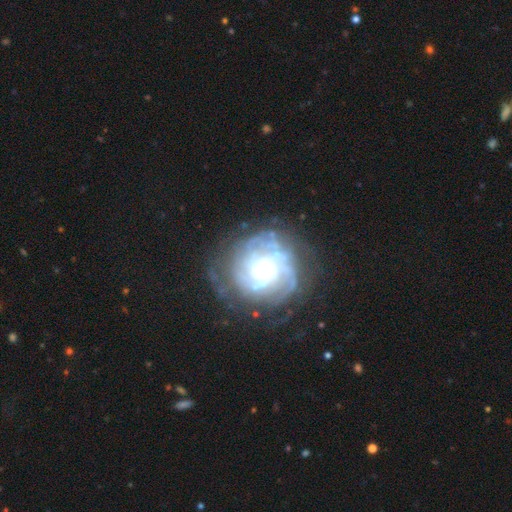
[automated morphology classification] Smooth or featured?
  - featured or disk: 82% *
  - smooth: 10%
  - star or artifact: 9%
Edge-on disk?
  - no: 97% *
  - yes: 3%
Bar?
  - no: 73% *
  - weak: 21%
  - strong: 6%
Spiral arms?
  - yes: 94% *
  - no: 6%
Spiral winding?
  - tight: 73% *
  - medium: 21%
  - loose: 6%
Spiral arm count?
  - can't tell: 38% *
  - 3: 15%
  - 4: 15%
  - 2: 12%
  - more than 4: 11%
  - 1: 7%
Bulge size?
  - moderate: 50% *
  - small: 37%
  - large: 10%
  - none: 2%
  - dominant: 2%
Merging?
  - none: 74% *
  - minor disturbance: 16%
  - major disturbance: 9%
  - merger: 2%